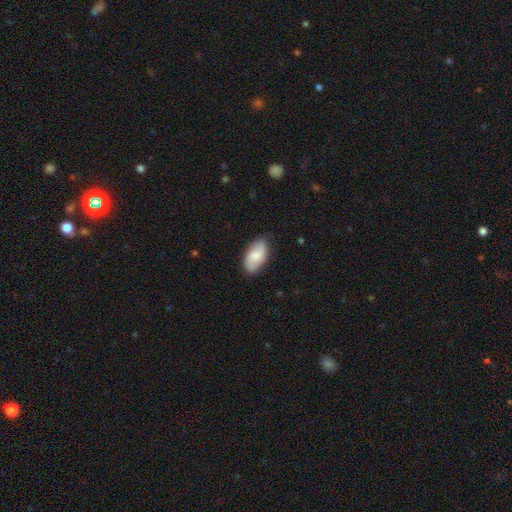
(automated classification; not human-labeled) Smooth or featured?
  - smooth: 65% *
  - featured or disk: 29%
  - star or artifact: 6%
How rounded?
  - in between: 94% *
  - round: 4%
  - cigar-shaped: 2%
Merging?
  - none: 81% *
  - minor disturbance: 15%
  - major disturbance: 3%
  - merger: 1%